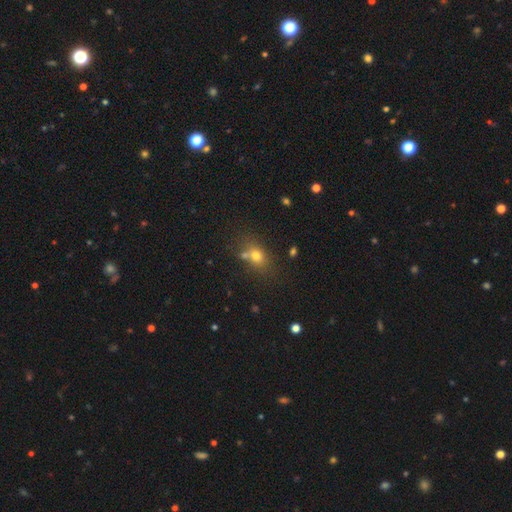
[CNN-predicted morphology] This is likely a smooth galaxy (71%). How rounded: possibly in between (52%). Merging: possibly none (58%).